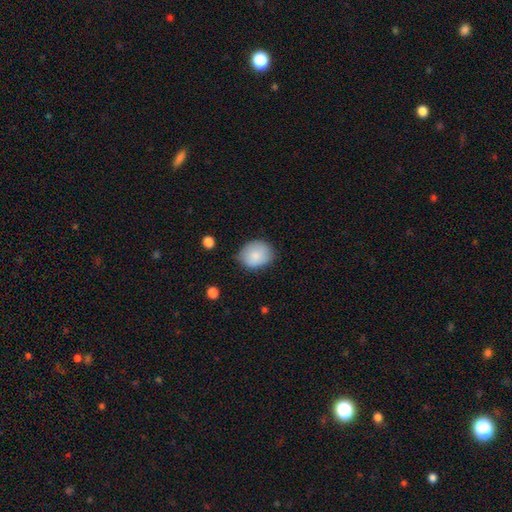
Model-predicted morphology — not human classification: Smooth or featured? smooth (84%)
How rounded? round (53%)
Merging? none (66%)